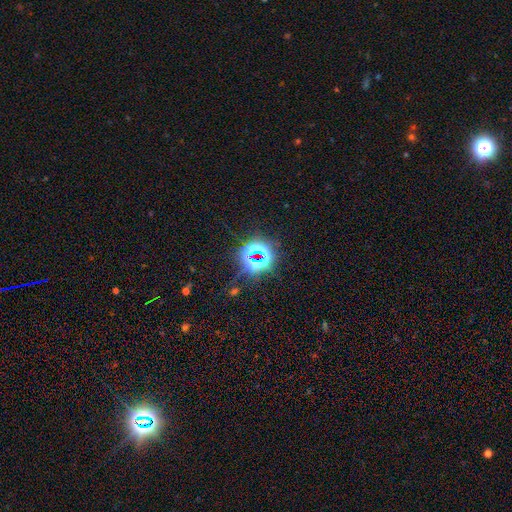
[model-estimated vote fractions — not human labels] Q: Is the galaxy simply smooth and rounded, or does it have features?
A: star or artifact — 73%.